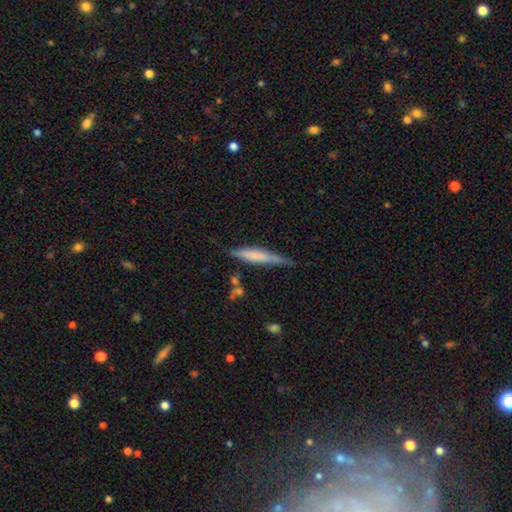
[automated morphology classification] A smooth galaxy with no disk features (57%) that is cigar-shaped (91%). Merging: none (70%).